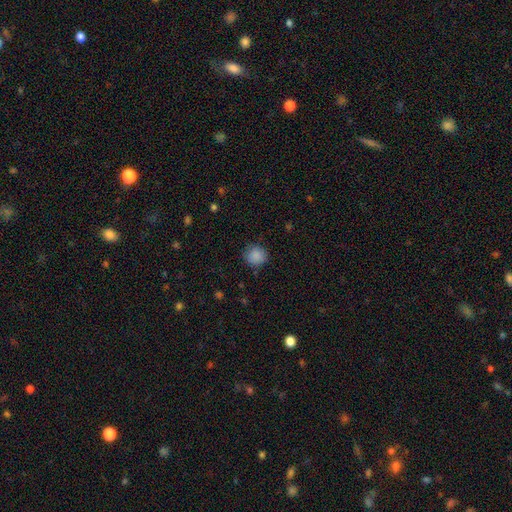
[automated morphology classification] A smooth galaxy with no disk features (87%) that is round (90%).

Vote fractions:
- Smooth or featured? smooth: 87% / star or artifact: 9% / featured or disk: 4%
- How rounded? round: 90% / in between: 10% / cigar-shaped: 1%
- Merging? none: 84% / minor disturbance: 12% / major disturbance: 3% / merger: 1%